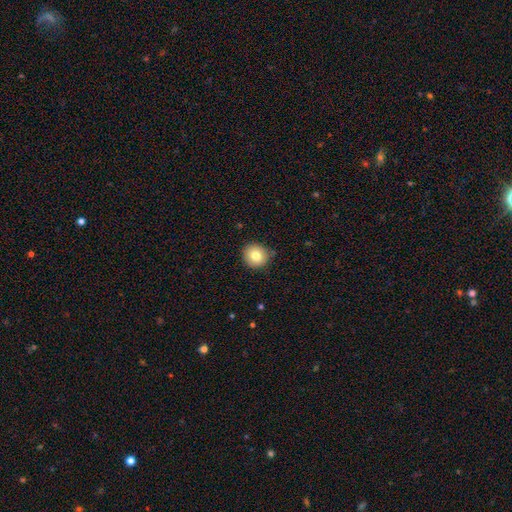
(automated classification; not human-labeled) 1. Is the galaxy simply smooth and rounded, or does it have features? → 79% smooth, 11% featured or disk, 10% star or artifact.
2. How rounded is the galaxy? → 90% round, 9% in between, 1% cigar-shaped.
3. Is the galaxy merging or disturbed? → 83% none, 13% minor disturbance, 2% major disturbance, 1% merger.